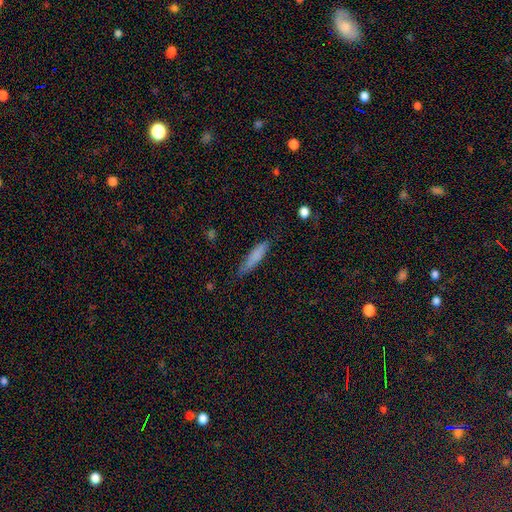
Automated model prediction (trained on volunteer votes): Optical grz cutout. It shows a smooth galaxy with no disk features (80%) that is cigar-shaped (80%). Merging: none (77%).